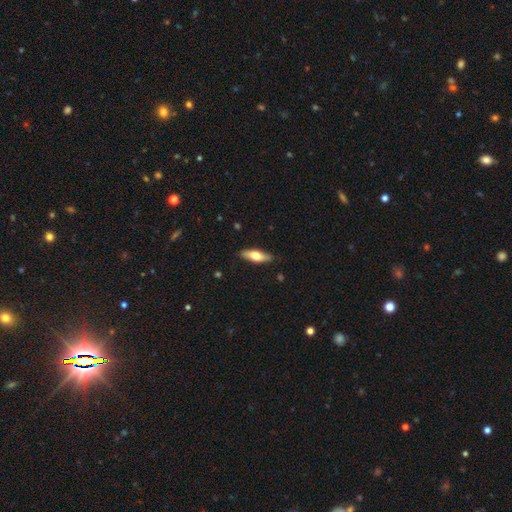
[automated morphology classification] type=smooth (61%); roundness=in between (53%); merging=none (86%).